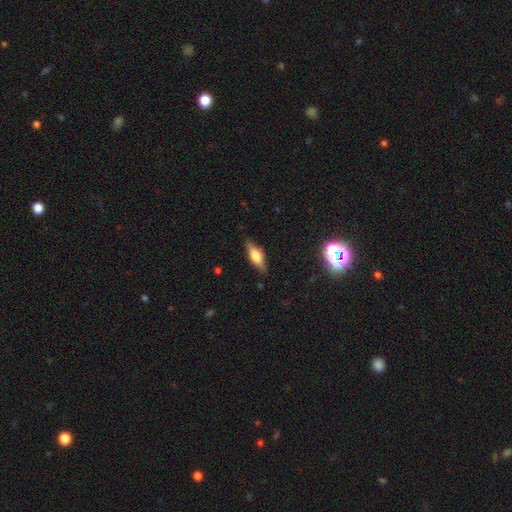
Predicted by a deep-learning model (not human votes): smooth_or_featured: smooth (p=0.46) [tied with: featured or disk p=0.46]
merging: none (p=0.83) [alt: minor disturbance p=0.13]